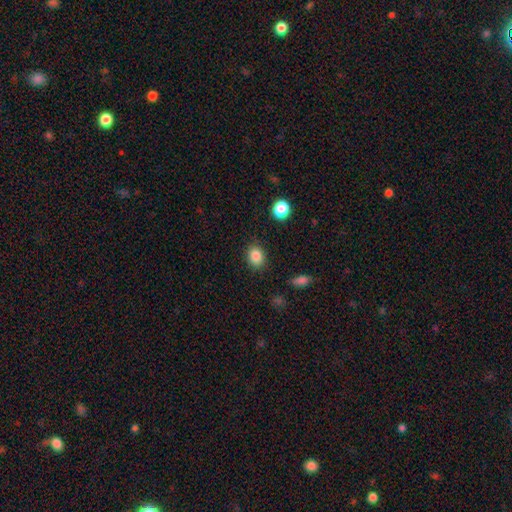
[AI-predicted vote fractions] Smooth or featured: smooth — 85% (star or artifact — 10%)
How rounded: in between — 50% (round — 49%)
Merging: none — 85% (minor disturbance — 10%)